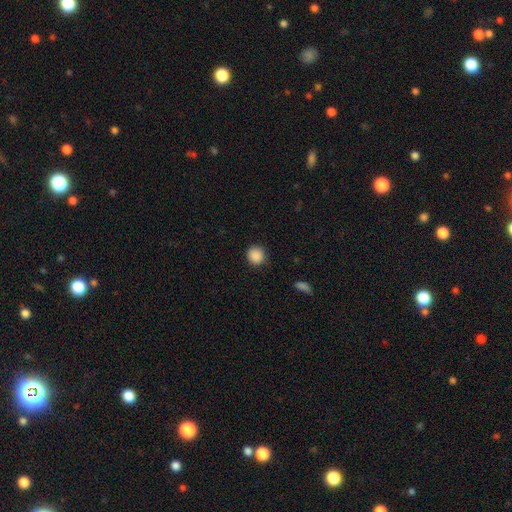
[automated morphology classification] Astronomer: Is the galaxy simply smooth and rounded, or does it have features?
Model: smooth — 89%.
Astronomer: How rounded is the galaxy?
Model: round — 90%.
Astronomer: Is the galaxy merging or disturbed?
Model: none — 87%.